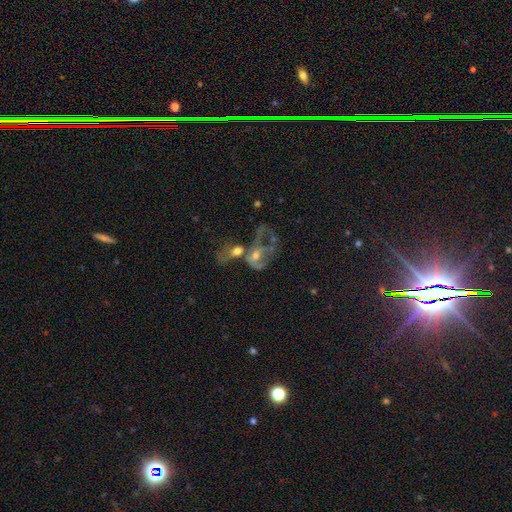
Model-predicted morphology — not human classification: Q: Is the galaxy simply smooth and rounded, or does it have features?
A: featured or disk — 58%.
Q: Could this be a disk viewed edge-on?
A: no — 96%.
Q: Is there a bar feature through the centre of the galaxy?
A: no — 74%.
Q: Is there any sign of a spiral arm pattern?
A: no — 63%.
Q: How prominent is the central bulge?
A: moderate — 53%.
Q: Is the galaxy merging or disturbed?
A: merger — 59%.